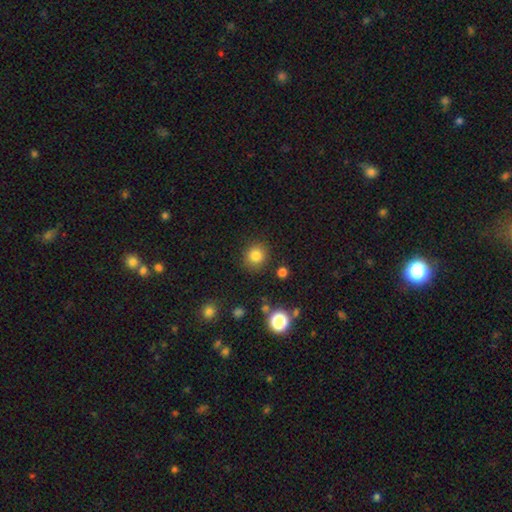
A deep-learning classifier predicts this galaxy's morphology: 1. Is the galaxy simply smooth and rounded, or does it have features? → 83% smooth, 12% star or artifact, 5% featured or disk.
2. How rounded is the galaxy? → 87% round, 12% in between, 1% cigar-shaped.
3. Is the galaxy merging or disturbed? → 87% none, 8% minor disturbance, 3% major disturbance, 2% merger.